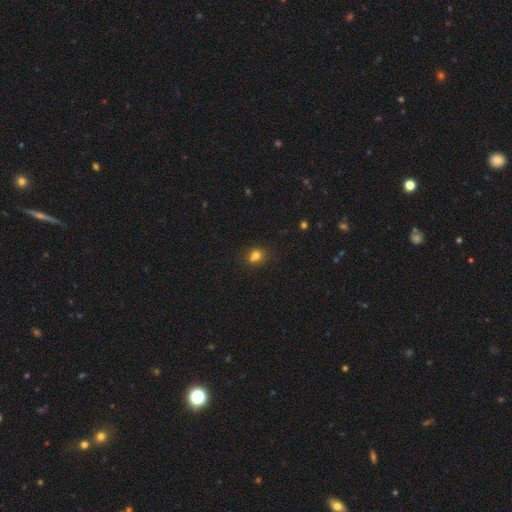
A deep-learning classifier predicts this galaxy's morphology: This is likely a smooth galaxy (74%). How rounded: likely round (69%). Merging: possibly none (53%).